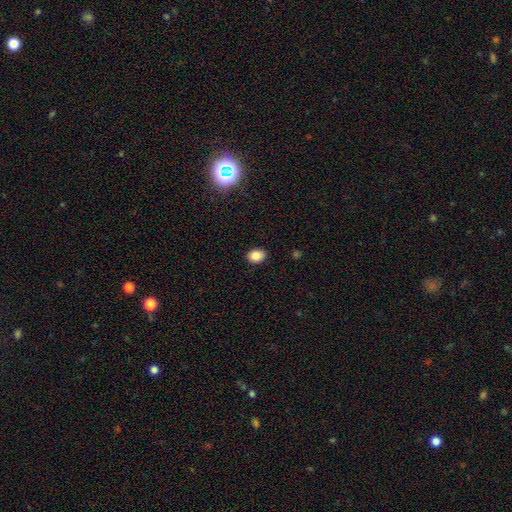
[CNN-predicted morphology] A smooth galaxy with no disk features (85%) that is in between round and cigar-shaped (63%).

Vote fractions:
- Smooth or featured? smooth: 85% / star or artifact: 9% / featured or disk: 5%
- How rounded? in between: 63% / round: 36% / cigar-shaped: 1%
- Merging? none: 89% / minor disturbance: 8% / major disturbance: 2% / merger: 1%